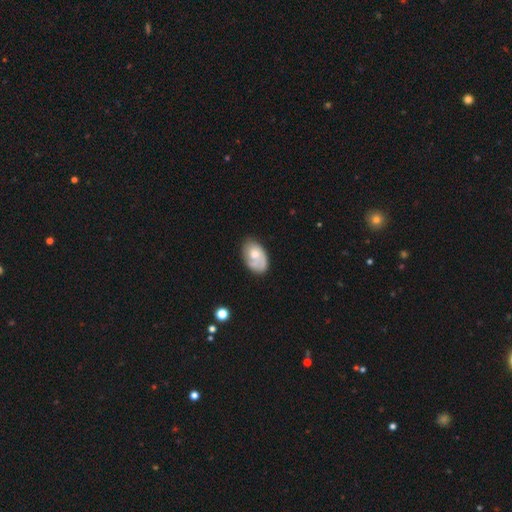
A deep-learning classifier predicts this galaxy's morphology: Q: Smooth or featured?
A: smooth (50%); runner-up: featured or disk (43%)
Q: How rounded?
A: in between (87%); runner-up: round (12%)
Q: Merging?
A: none (56%); runner-up: minor disturbance (27%)